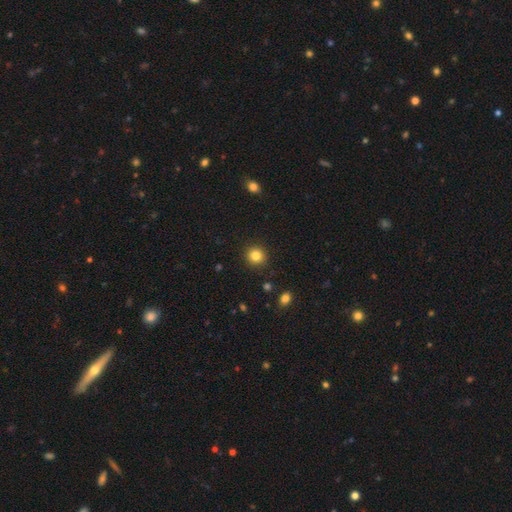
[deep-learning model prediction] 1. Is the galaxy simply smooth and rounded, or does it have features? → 84% smooth, 11% star or artifact, 5% featured or disk.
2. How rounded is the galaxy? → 93% round, 7% in between, 1% cigar-shaped.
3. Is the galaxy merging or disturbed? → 91% none, 5% minor disturbance, 2% major disturbance, 1% merger.